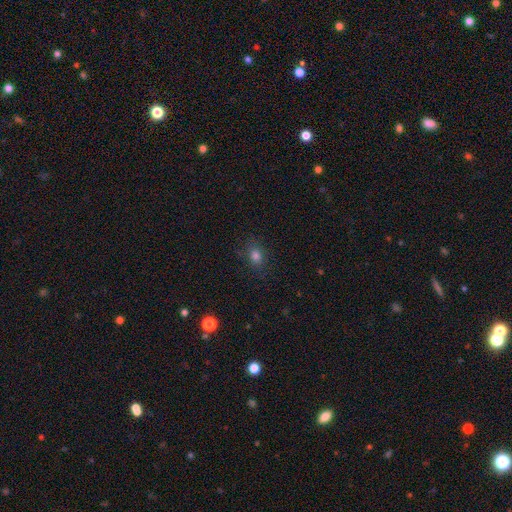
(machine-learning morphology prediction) This appears to be a smooth galaxy with no disk features (75%) that is round (50%). Merging: none (84%).